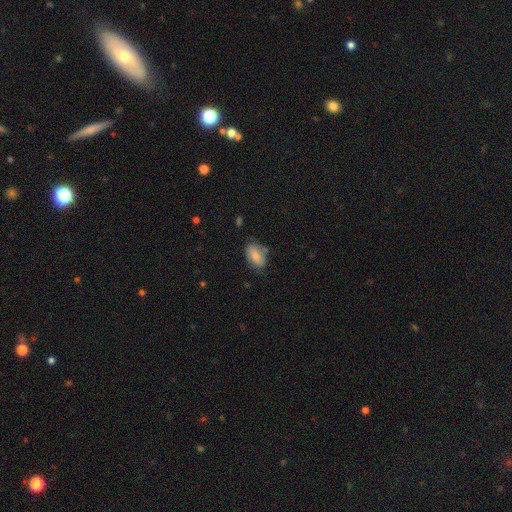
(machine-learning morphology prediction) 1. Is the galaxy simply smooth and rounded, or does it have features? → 81% smooth, 12% featured or disk, 7% star or artifact.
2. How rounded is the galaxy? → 92% in between, 6% round, 2% cigar-shaped.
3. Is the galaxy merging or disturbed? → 67% none, 23% minor disturbance, 5% major disturbance, 4% merger.